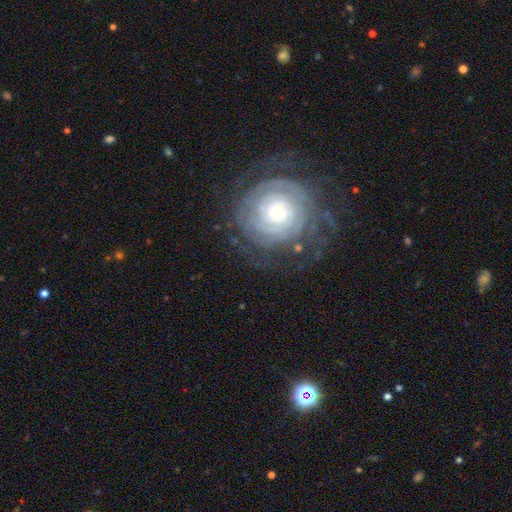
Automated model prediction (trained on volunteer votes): A featured or disk galaxy (68%) with no bar (79%), tight (78%) spiral arms (89%) and a moderate central bulge (52%). Merging: none (80%).